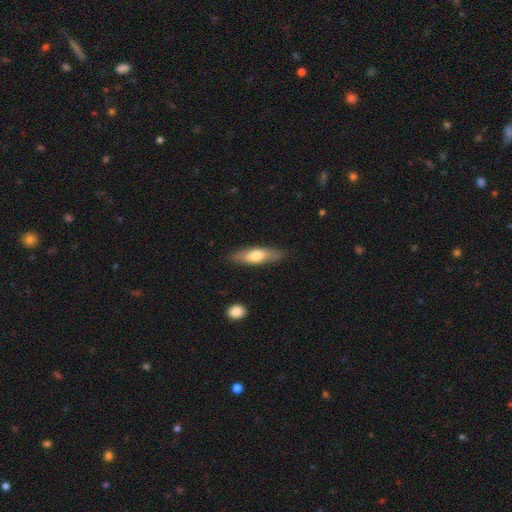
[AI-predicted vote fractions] A smooth galaxy with no disk features (61%) that is cigar-shaped (54%). Merging: none (84%).